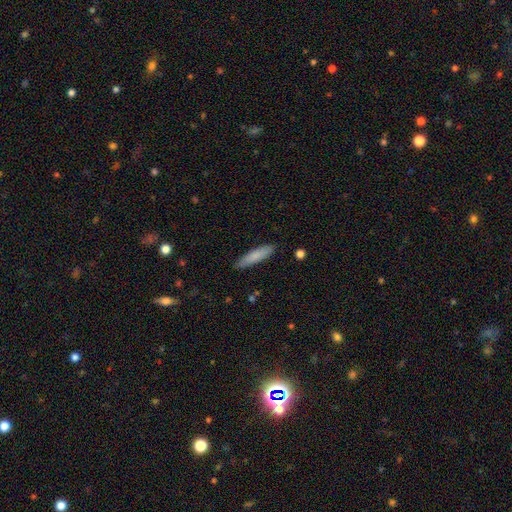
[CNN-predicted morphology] smooth_or_featured: smooth (p=0.81) [alt: featured or disk p=0.14]
how_rounded: cigar-shaped (p=0.82) [alt: in between p=0.17]
merging: none (p=0.87) [alt: minor disturbance p=0.10]